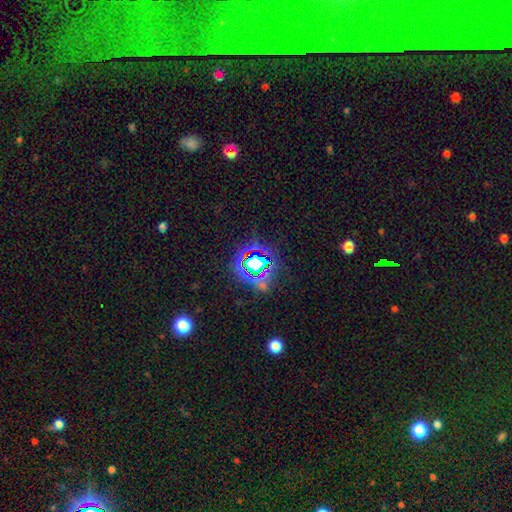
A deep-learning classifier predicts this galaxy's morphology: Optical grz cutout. It shows a star or artifact, not a galaxy (75%).